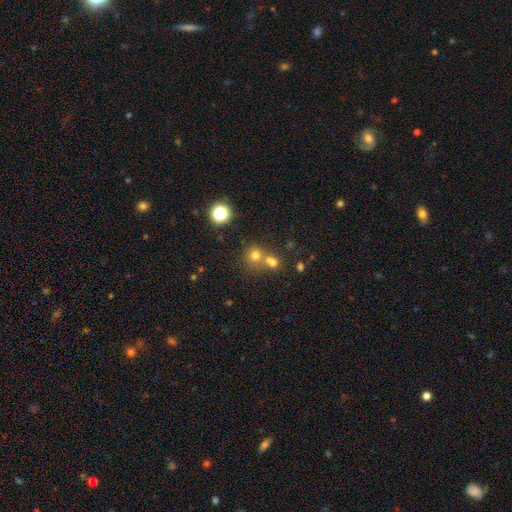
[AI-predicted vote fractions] Morphology: type=smooth (70%); roundness=round (85%); merging=none (48%).